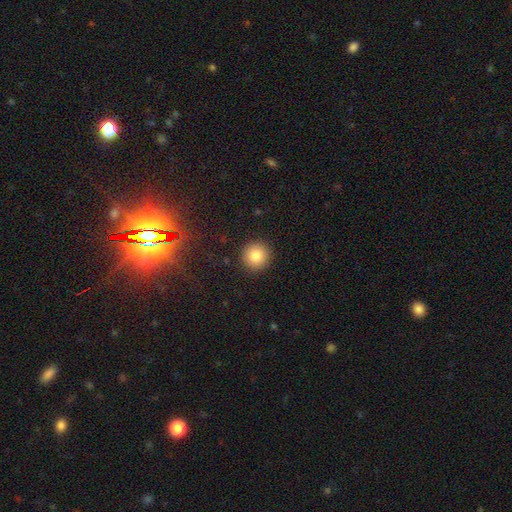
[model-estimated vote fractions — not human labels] A smooth galaxy with no disk features (83%) that is round (95%).

Vote fractions:
- Smooth or featured? smooth: 83% / star or artifact: 10% / featured or disk: 8%
- How rounded? round: 95% / in between: 4% / cigar-shaped: 1%
- Merging? none: 92% / minor disturbance: 5% / major disturbance: 2% / merger: 1%